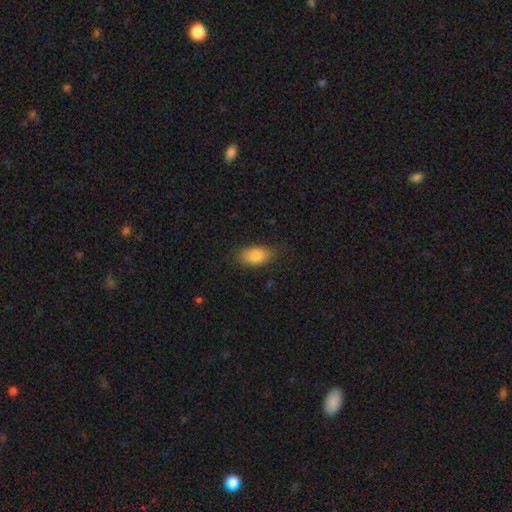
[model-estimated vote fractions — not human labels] smooth-or-featured: smooth: 85% | featured or disk: 8% | star or artifact: 7%
  how-rounded: in between: 91% | round: 6% | cigar-shaped: 3%
  merging: none: 74% | minor disturbance: 20% | major disturbance: 5% | merger: 1%